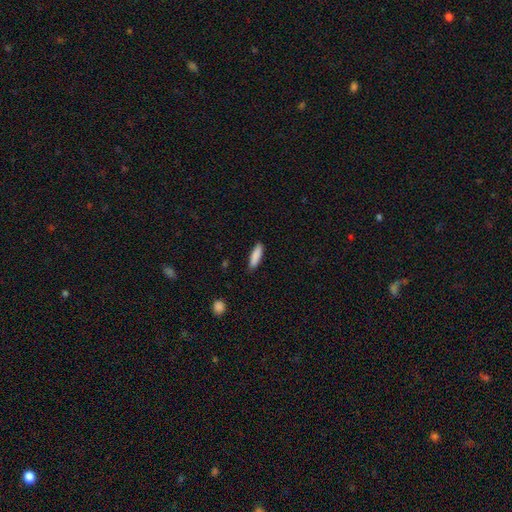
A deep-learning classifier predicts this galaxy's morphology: Smooth or featured? Predicted: smooth (p=0.87). How rounded? Predicted: cigar-shaped (p=0.67). Merging? Predicted: none (p=0.88).